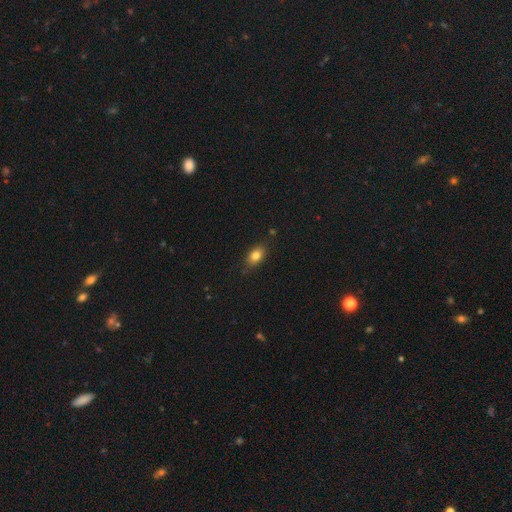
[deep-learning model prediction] The model was most divided on "merging": none: 81%, minor disturbance: 14%, major disturbance: 3%, merger: 2%. More confident: how rounded — in between (84%); smooth or featured — smooth (80%).